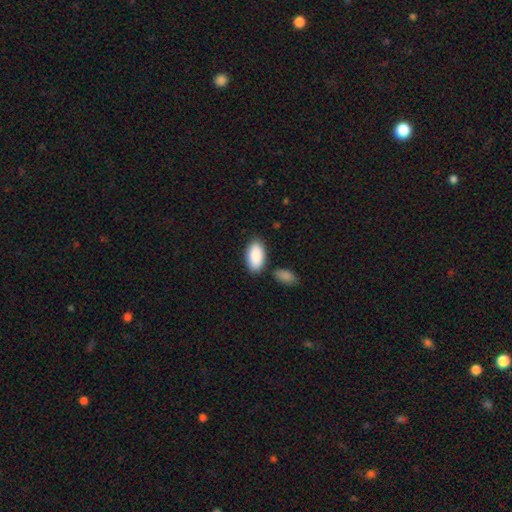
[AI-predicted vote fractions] A smooth galaxy with no disk features (90%) that is in between round and cigar-shaped (95%).

Vote fractions:
- Smooth or featured? smooth: 90% / star or artifact: 5% / featured or disk: 5%
- How rounded? in between: 95% / cigar-shaped: 3% / round: 2%
- Merging? none: 77% / minor disturbance: 11% / merger: 8% / major disturbance: 3%